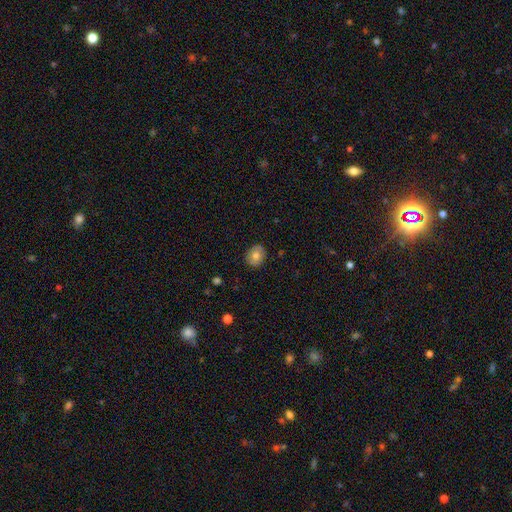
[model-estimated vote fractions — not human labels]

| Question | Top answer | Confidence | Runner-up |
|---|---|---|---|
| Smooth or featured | smooth | 72% | featured or disk (20%) |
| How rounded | round | 66% | in between (33%) |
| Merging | none | 87% | minor disturbance (10%) |